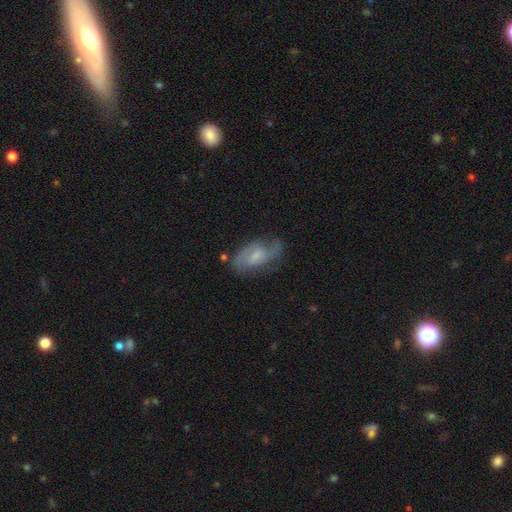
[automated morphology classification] Smooth or featured? featured or disk (71%)
Edge-on disk? no (94%)
Bar? no (46%, tied with weak)
Spiral arms? yes (90%)
Spiral winding? medium (48%)
Spiral arm count? 2 (79%)
Bulge size? small (45%)
Merging? none (67%)